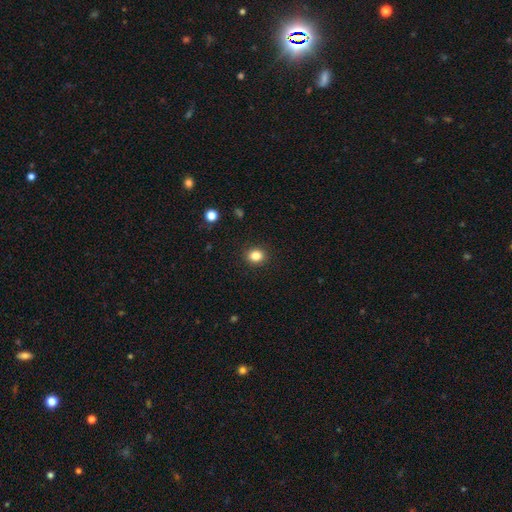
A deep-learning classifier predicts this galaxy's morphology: The model was most divided on "how rounded": round: 70%, in between: 29%, cigar-shaped: 1%. More confident: merging — none (91%); smooth or featured — smooth (84%).